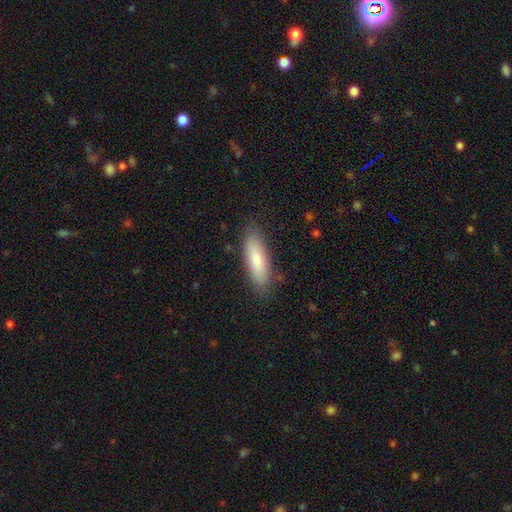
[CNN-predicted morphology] smooth 78%, featured or disk 16%, star or artifact 6%. Down the decision tree: how rounded — cigar-shaped (50%); merging — none (84%).